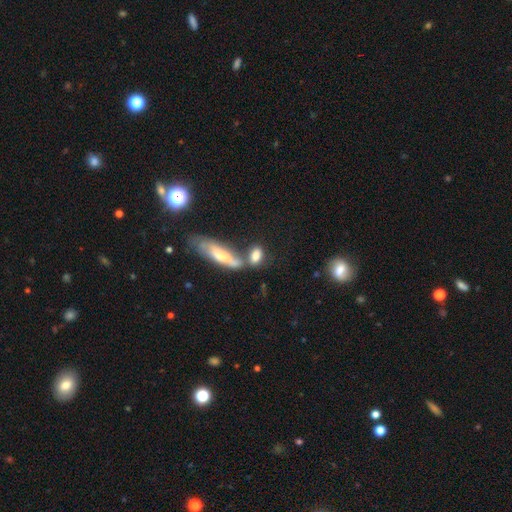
Smooth or featured? 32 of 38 (84%) said smooth. How rounded? 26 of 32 (81%) said in between. Merging? 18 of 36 (50%) said none.